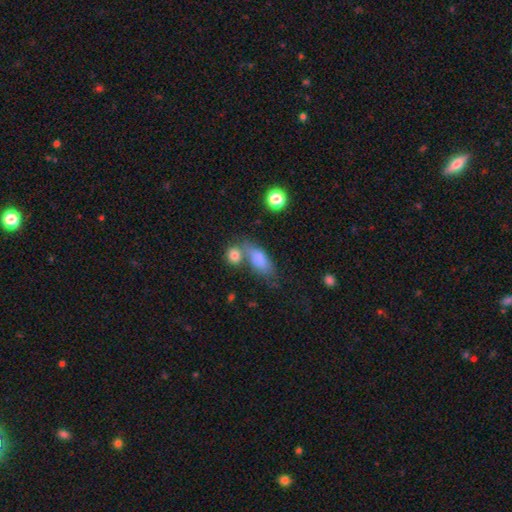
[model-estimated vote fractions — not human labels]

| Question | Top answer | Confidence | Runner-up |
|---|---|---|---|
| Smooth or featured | smooth | 74% | featured or disk (14%) |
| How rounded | in between | 73% | cigar-shaped (18%) |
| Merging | none | 44% | merger (31%) |